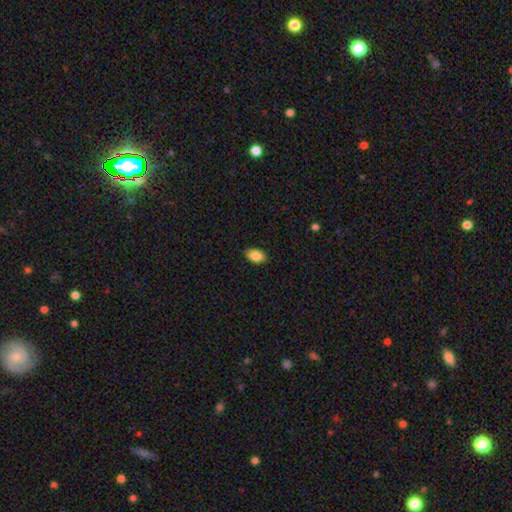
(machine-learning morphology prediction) Smooth or featured: smooth — 87% (star or artifact — 8%)
How rounded: in between — 91% (round — 7%)
Merging: none — 87% (minor disturbance — 10%)